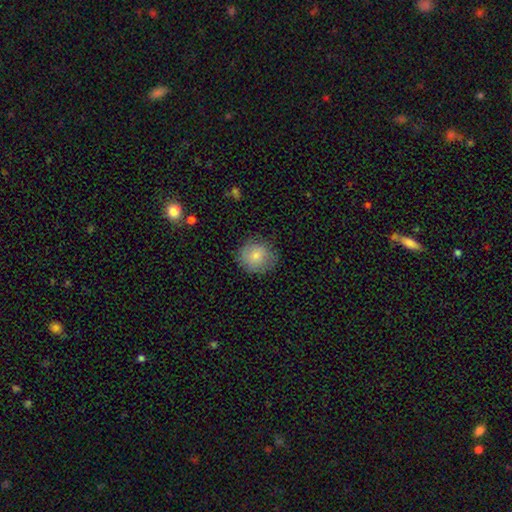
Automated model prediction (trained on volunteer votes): This is clearly a smooth galaxy (81%). How rounded: clearly round (86%). Merging: likely none (79%).